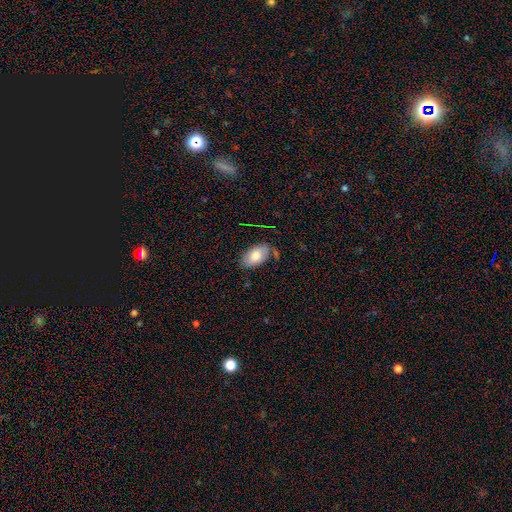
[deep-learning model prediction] A smooth galaxy with no disk features (75%) that is in between round and cigar-shaped (94%).

Vote fractions:
- Smooth or featured? smooth: 75% / featured or disk: 18% / star or artifact: 7%
- How rounded? in between: 94% / round: 5% / cigar-shaped: 2%
- Merging? none: 70% / minor disturbance: 20% / major disturbance: 5% / merger: 4%